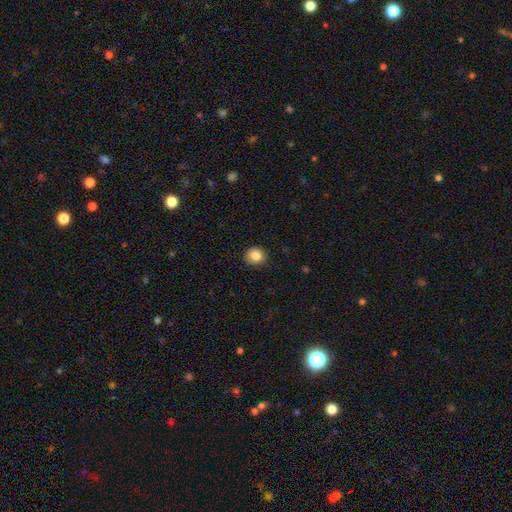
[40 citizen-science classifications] This is clearly a smooth galaxy (80%). How rounded: clearly round (94%). Merging: clearly none (81%).